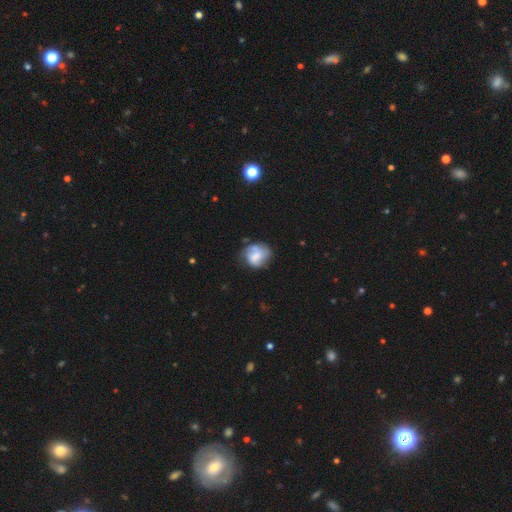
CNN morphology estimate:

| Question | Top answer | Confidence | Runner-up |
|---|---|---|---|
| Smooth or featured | smooth | 57% | featured or disk (35%) |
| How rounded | round | 63% | in between (36%) |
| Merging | none | 48% | minor disturbance (30%) |